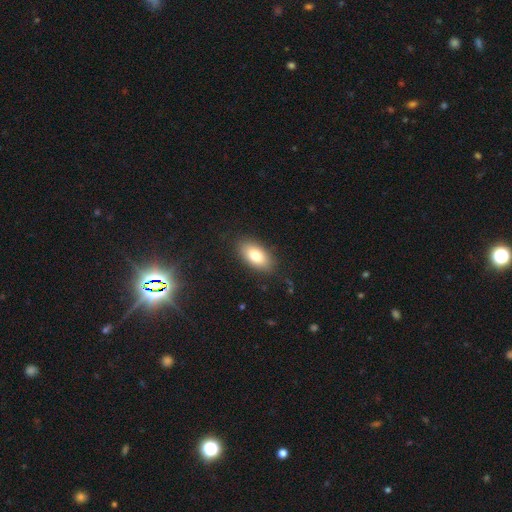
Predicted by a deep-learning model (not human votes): This appears to be a smooth galaxy with no disk features (79%) that is in between round and cigar-shaped (91%). Merging: none (85%).